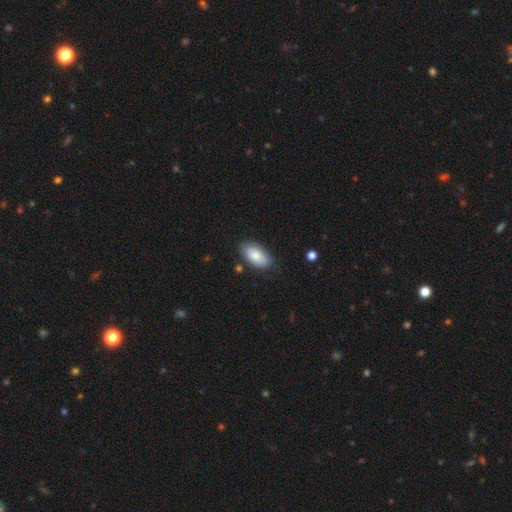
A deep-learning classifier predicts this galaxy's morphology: A smooth galaxy with no disk features (83%) that is in between round and cigar-shaped (94%). Merging: none (78%).